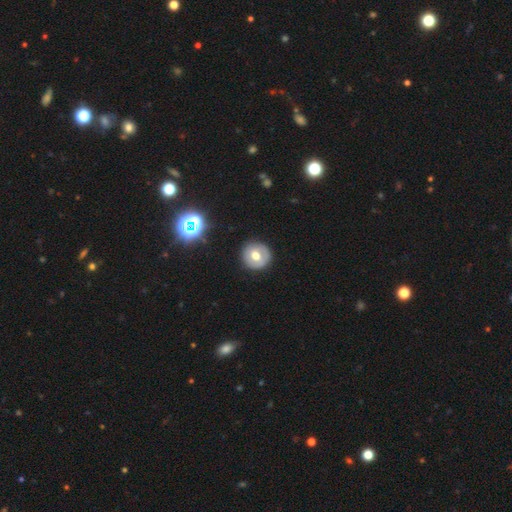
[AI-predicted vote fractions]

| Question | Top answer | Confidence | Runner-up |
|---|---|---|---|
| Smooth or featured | smooth | 59% | featured or disk (31%) |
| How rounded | round | 95% | in between (4%) |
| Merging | none | 90% | minor disturbance (7%) |